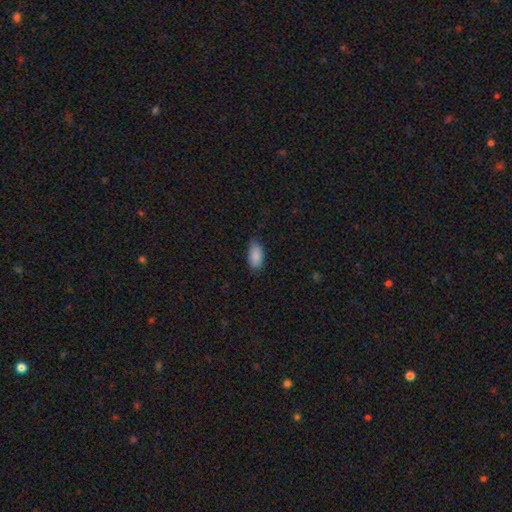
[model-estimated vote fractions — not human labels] Q: Smooth or featured?
A: smooth (89%); runner-up: star or artifact (7%)
Q: How rounded?
A: in between (93%); runner-up: cigar-shaped (4%)
Q: Merging?
A: none (72%); runner-up: minor disturbance (23%)